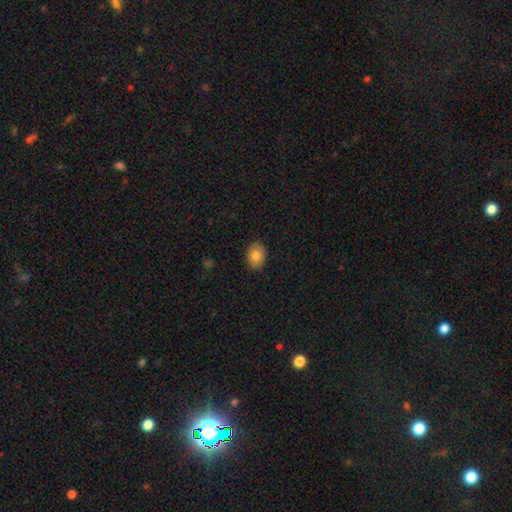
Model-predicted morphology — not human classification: smooth-or-featured: smooth: 81% | featured or disk: 11% | star or artifact: 8%
  how-rounded: in between: 68% | round: 31% | cigar-shaped: 1%
  merging: none: 88% | minor disturbance: 9% | major disturbance: 2% | merger: 1%